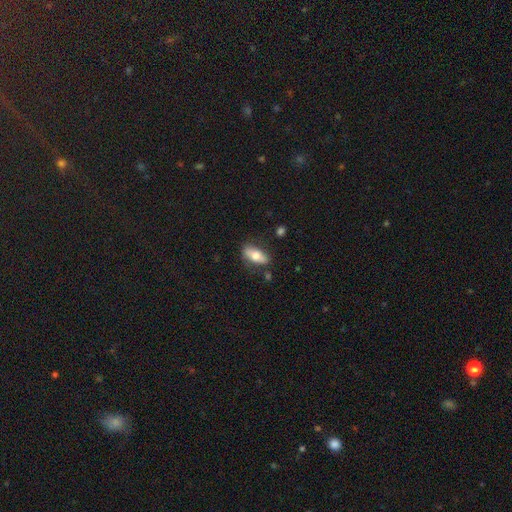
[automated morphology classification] Overall: smooth (68%). How rounded: in between (82%). Merging: none (76%).